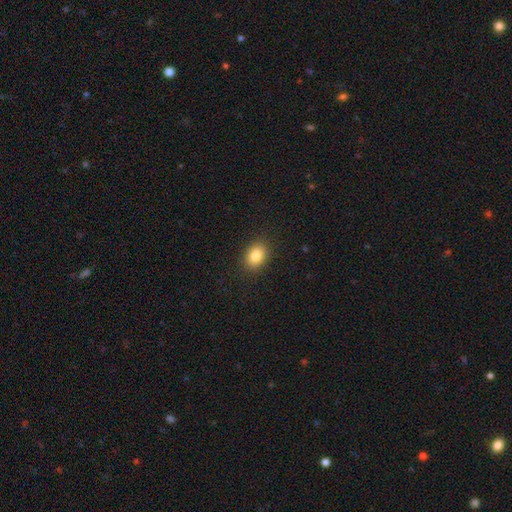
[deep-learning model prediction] A smooth galaxy with no disk features (84%) that is in between round and cigar-shaped (67%). Merging: none (89%).